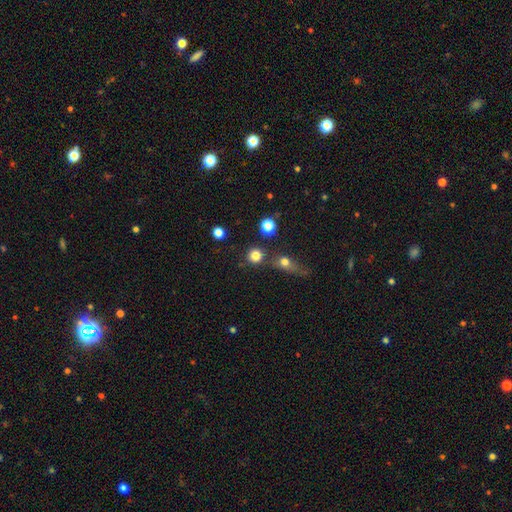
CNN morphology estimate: A smooth galaxy with no disk features (81%) that is round (91%). Merging: none (71%).